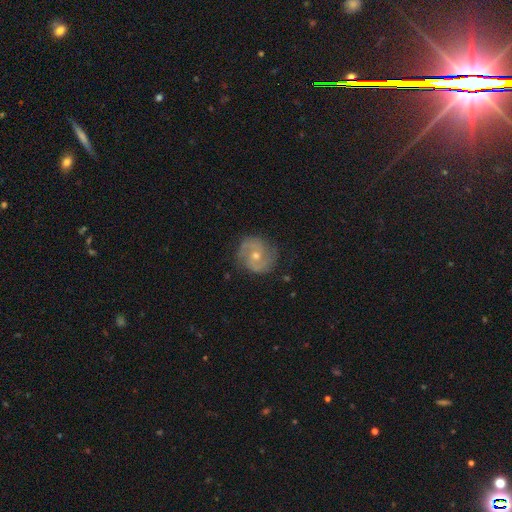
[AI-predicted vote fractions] This is likely a featured or disk galaxy (77%). It is clearly not viewed edge-on (98%). Bar: likely no (67%). Spiral arm pattern: clearly yes (92%). Spiral arm count: likely 2 (72%). Spiral winding: marginally medium (43%, tied with tight). Central bulge: possibly moderate (54%). Merging: likely none (78%).